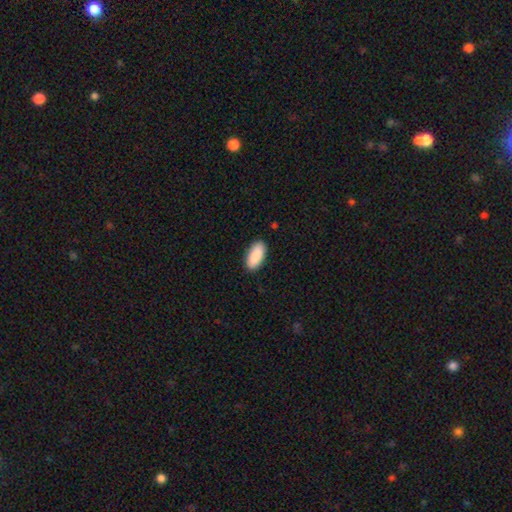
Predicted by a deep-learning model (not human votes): A smooth galaxy with no disk features (91%) that is in between round and cigar-shaped (90%). Merging: none (89%).